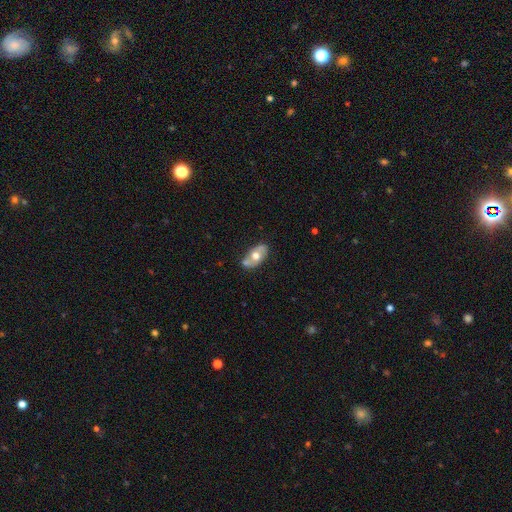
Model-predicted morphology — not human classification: type=smooth (49%); merging=none (62%).